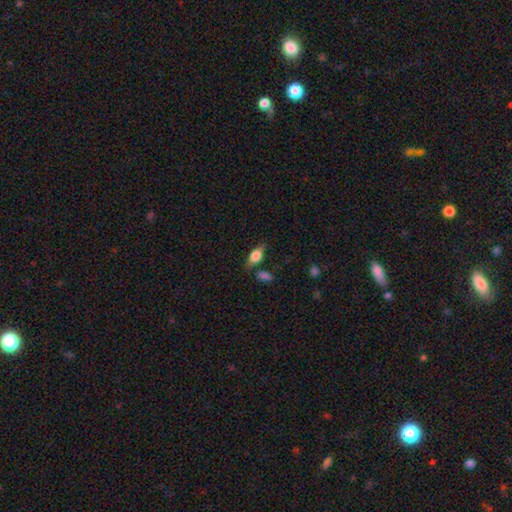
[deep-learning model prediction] A smooth galaxy with no disk features (67%) that is in between round and cigar-shaped (81%).

Vote fractions:
- Smooth or featured? smooth: 67% / featured or disk: 25% / star or artifact: 8%
- How rounded? in between: 81% / cigar-shaped: 12% / round: 8%
- Merging? none: 70% / minor disturbance: 19% / merger: 6% / major disturbance: 5%